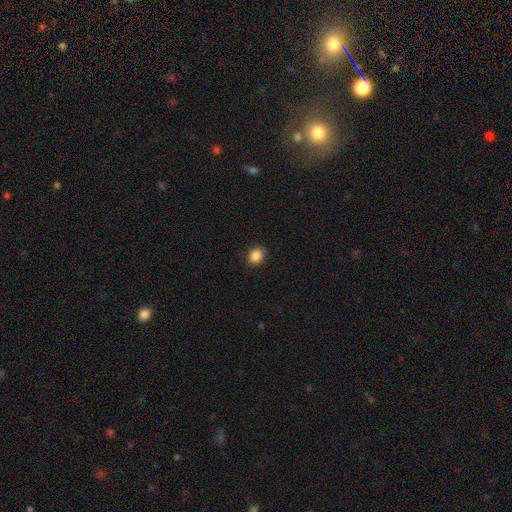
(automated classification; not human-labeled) Smooth or featured: smooth — 87% (star or artifact — 9%)
How rounded: round — 57% (in between — 42%)
Merging: none — 87% (minor disturbance — 10%)